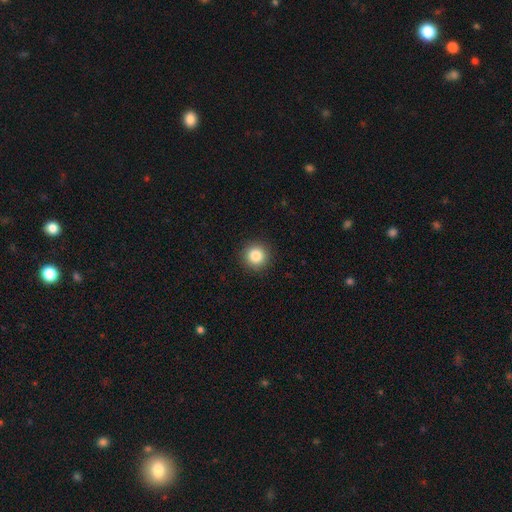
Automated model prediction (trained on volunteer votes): smooth 85%, star or artifact 10%, featured or disk 5%. Down the decision tree: how rounded — round (95%); merging — none (92%).